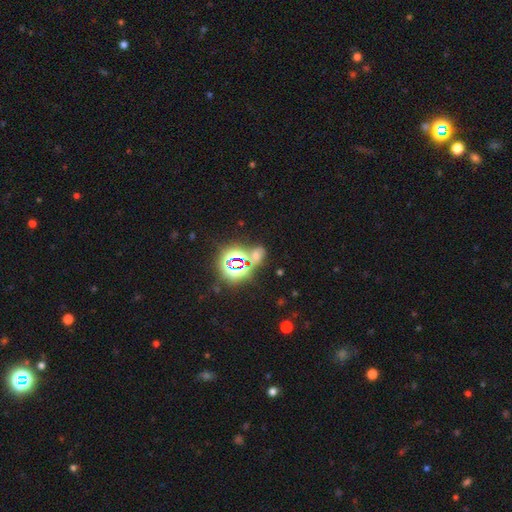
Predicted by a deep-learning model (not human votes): Morphology: type=star or artifact (61%).